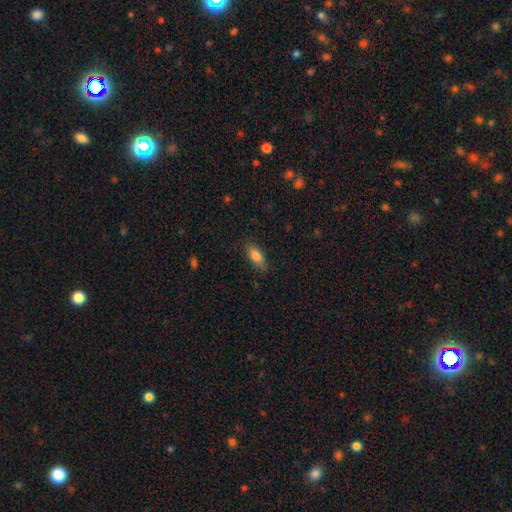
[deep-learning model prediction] A smooth galaxy with no disk features (81%) that is in between round and cigar-shaped (79%). Merging: none (84%).